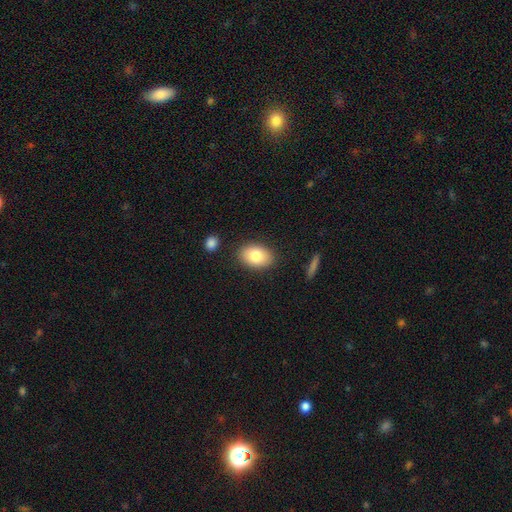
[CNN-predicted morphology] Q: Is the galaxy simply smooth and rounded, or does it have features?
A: smooth — 81%.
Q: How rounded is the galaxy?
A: in between — 83%.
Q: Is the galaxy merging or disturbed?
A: none — 85%.